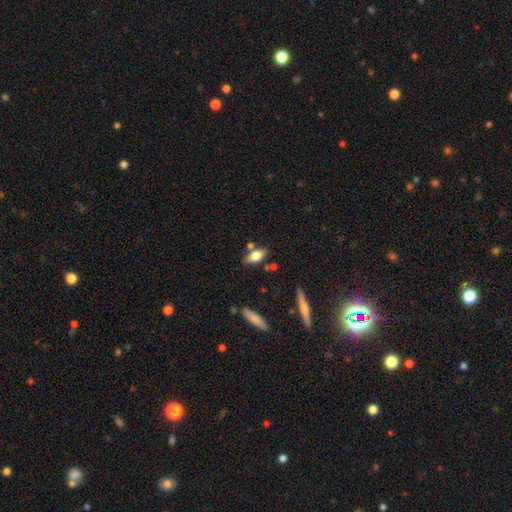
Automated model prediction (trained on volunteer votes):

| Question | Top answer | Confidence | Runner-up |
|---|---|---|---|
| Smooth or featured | smooth | 67% | featured or disk (25%) |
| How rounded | in between | 80% | cigar-shaped (14%) |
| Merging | none | 72% | minor disturbance (15%) |